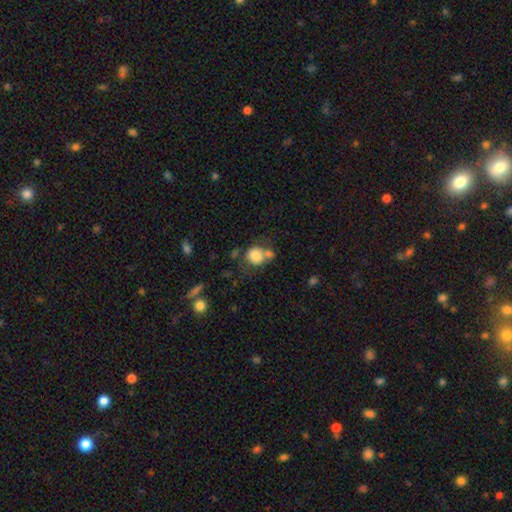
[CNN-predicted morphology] Smooth or featured?
  - smooth: 81% *
  - featured or disk: 10%
  - star or artifact: 9%
How rounded?
  - round: 74% *
  - in between: 25%
  - cigar-shaped: 1%
Merging?
  - none: 45% *
  - merger: 33%
  - minor disturbance: 15%
  - major disturbance: 8%